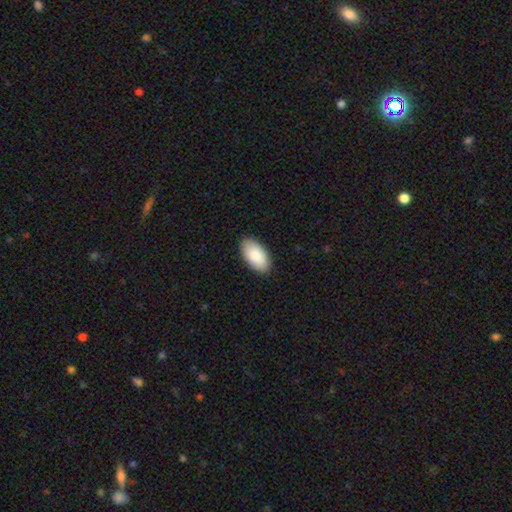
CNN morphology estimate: Smooth or featured?
  - smooth: 88% *
  - featured or disk: 7%
  - star or artifact: 5%
How rounded?
  - in between: 96% *
  - round: 2%
  - cigar-shaped: 2%
Merging?
  - none: 88% *
  - minor disturbance: 9%
  - major disturbance: 2%
  - merger: 1%